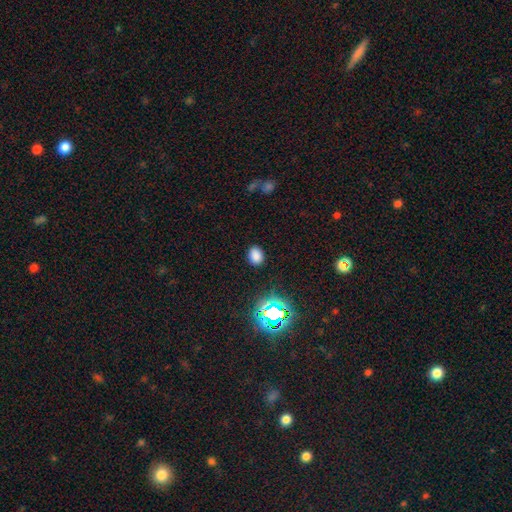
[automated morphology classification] A smooth galaxy with no disk features (76%) that is in between round and cigar-shaped (65%).

Vote fractions:
- Smooth or featured? smooth: 76% / star or artifact: 19% / featured or disk: 5%
- How rounded? in between: 65% / round: 34% / cigar-shaped: 1%
- Merging? none: 87% / minor disturbance: 9% / major disturbance: 3% / merger: 1%